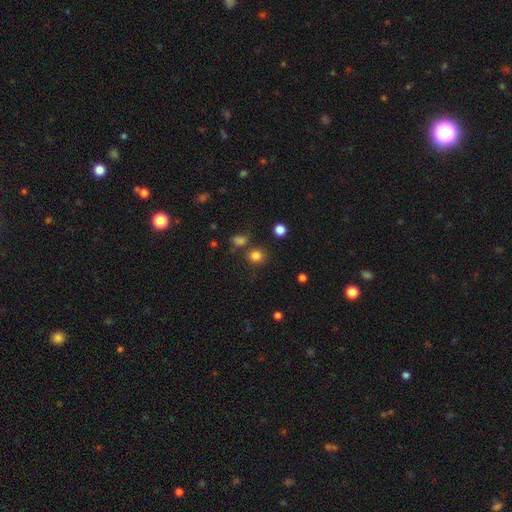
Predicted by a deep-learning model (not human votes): This is clearly a smooth galaxy (81%). How rounded: clearly round (85%). Merging: likely none (78%).